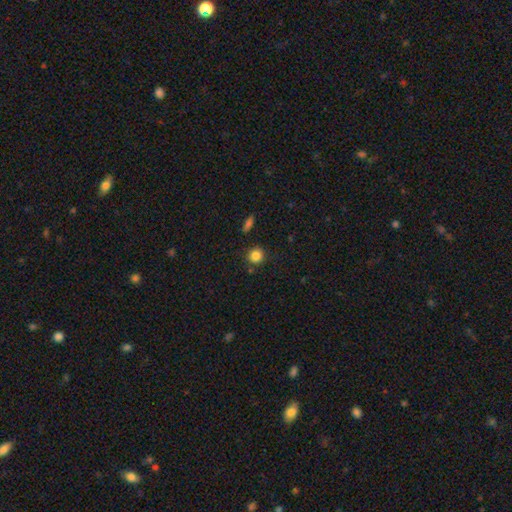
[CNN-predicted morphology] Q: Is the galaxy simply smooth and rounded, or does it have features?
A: smooth — 84%.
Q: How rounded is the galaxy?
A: round — 90%.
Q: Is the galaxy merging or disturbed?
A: none — 85%.